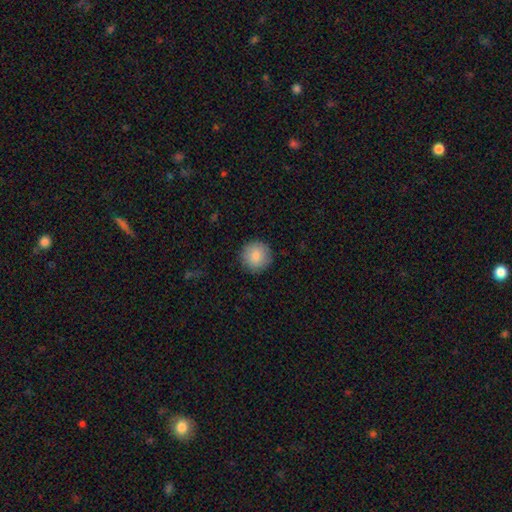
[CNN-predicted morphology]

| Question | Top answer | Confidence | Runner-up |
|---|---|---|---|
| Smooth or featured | smooth | 85% | featured or disk (8%) |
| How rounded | round | 96% | in between (3%) |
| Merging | none | 91% | minor disturbance (7%) |